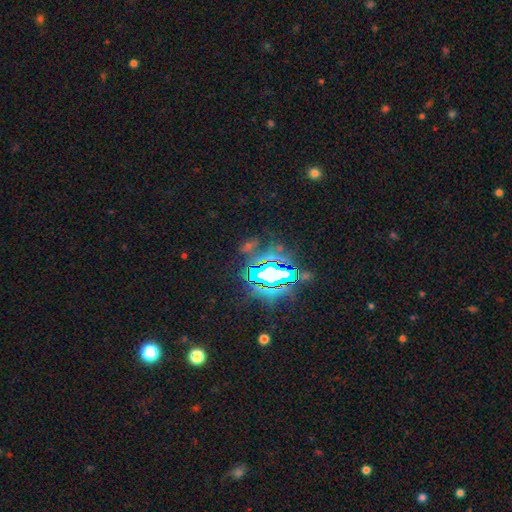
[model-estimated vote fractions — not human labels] Overall: star or artifact (84%).